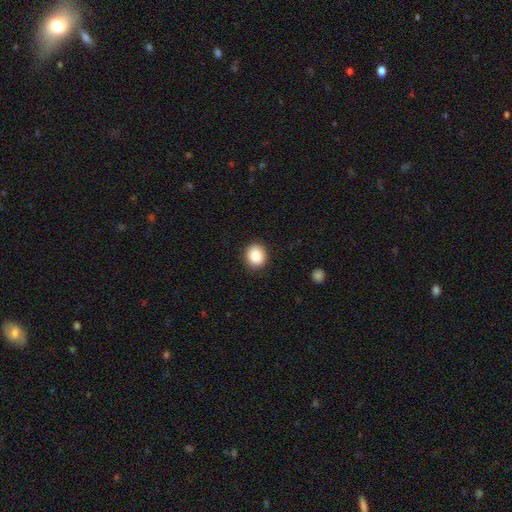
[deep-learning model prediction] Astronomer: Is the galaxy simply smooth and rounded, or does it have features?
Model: smooth — 88%.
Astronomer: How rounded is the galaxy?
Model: round — 73%.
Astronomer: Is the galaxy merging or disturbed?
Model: none — 89%.